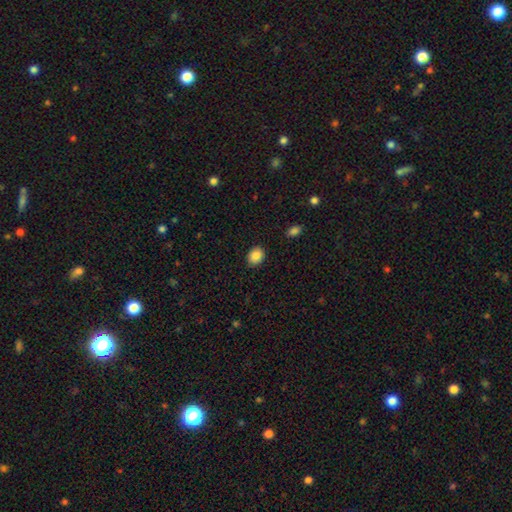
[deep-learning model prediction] Morphology: type=smooth (86%); roundness=round (55%); merging=none (89%).